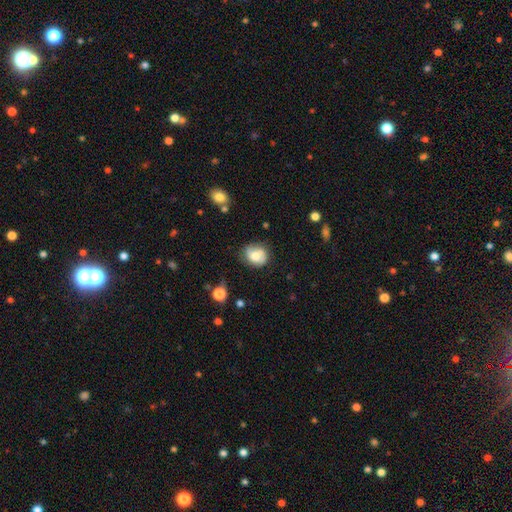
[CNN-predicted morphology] type=smooth (63%); roundness=round (70%); merging=none (60%).